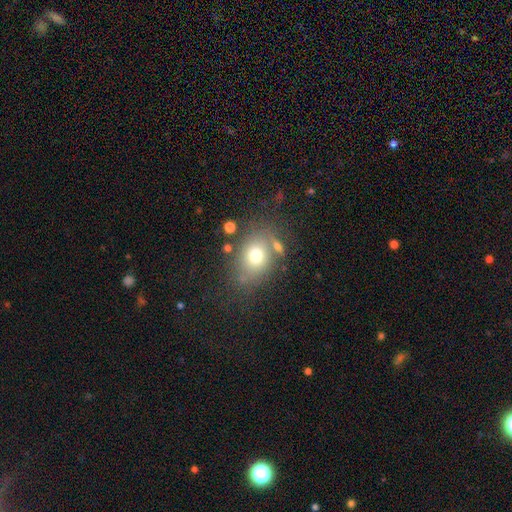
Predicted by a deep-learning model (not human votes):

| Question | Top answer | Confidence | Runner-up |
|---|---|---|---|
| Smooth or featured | smooth | 71% | featured or disk (16%) |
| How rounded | in between | 60% | round (39%) |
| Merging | none | 64% | minor disturbance (17%) |